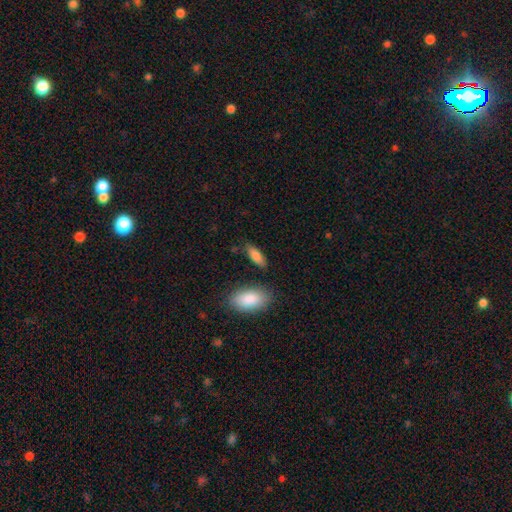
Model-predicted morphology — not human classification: A smooth galaxy with no disk features (84%) that is in between round and cigar-shaped (68%). Merging: none (78%).